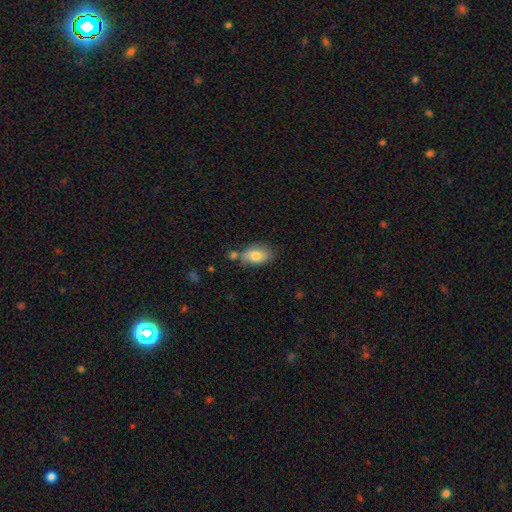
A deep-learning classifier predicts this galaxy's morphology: type=smooth (79%); roundness=in between (90%); merging=none (60%).